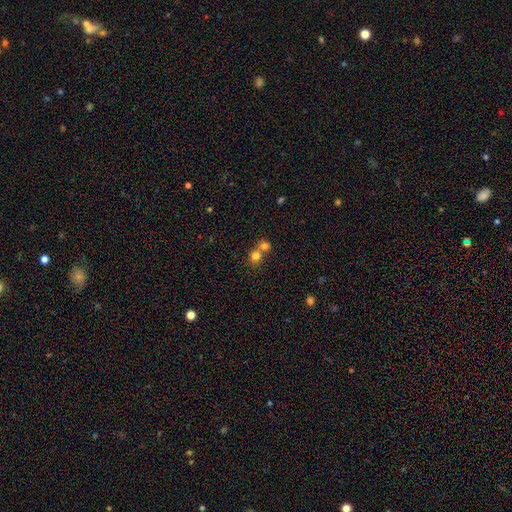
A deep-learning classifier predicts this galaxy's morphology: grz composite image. It shows a smooth galaxy with no disk features (77%) that is round (84%). Merging: merger (53%).